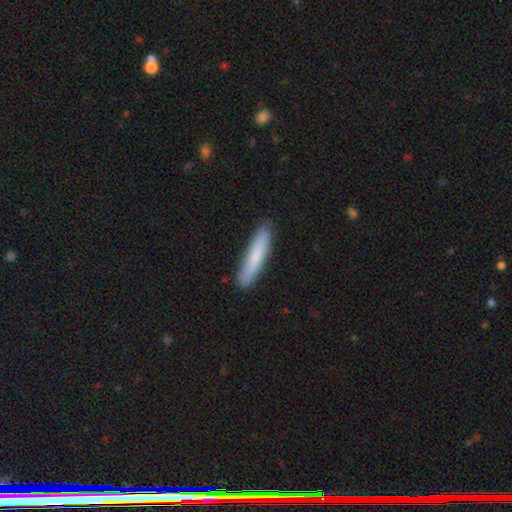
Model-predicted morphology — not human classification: Smooth or featured: smooth — 78% (featured or disk — 16%)
How rounded: cigar-shaped — 91% (in between — 8%)
Merging: none — 89% (minor disturbance — 8%)